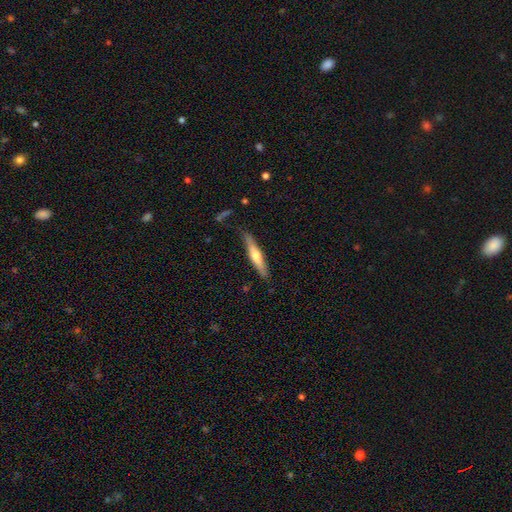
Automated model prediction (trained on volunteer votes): Morphology: type=featured or disk (49%); merging=none (84%).